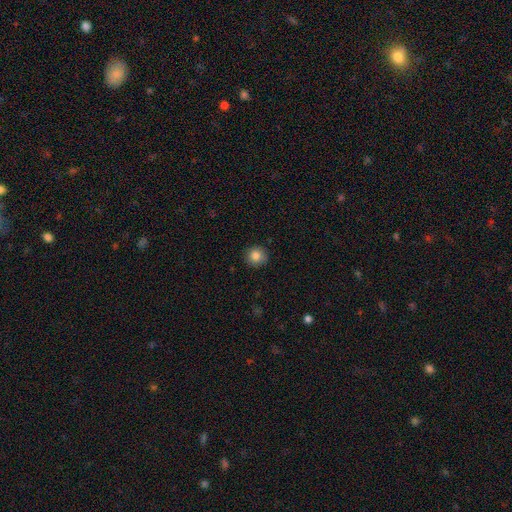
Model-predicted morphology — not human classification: This appears to be a smooth galaxy with no disk features (85%) that is round (92%). Merging: none (89%).